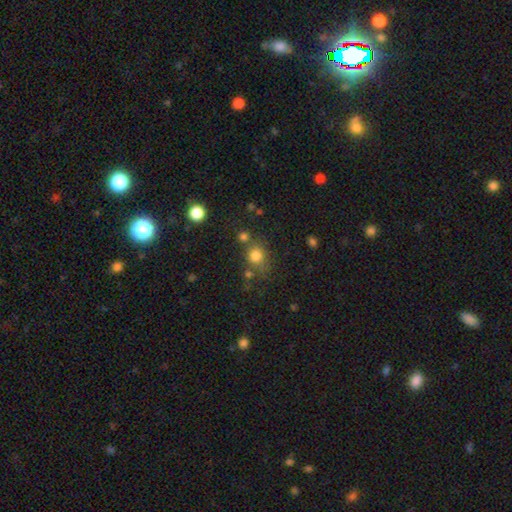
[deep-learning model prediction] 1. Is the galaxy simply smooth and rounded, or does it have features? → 78% smooth, 14% star or artifact, 7% featured or disk.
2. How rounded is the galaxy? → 78% round, 21% in between, 1% cigar-shaped.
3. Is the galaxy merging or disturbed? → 63% none, 16% merger, 14% minor disturbance, 7% major disturbance.